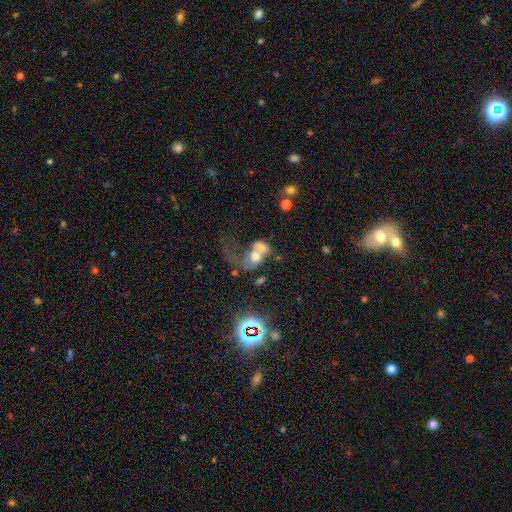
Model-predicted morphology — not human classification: smooth_or_featured: smooth (p=0.49) [alt: featured or disk p=0.37]
merging: merger (p=0.74) [alt: major disturbance p=0.14]